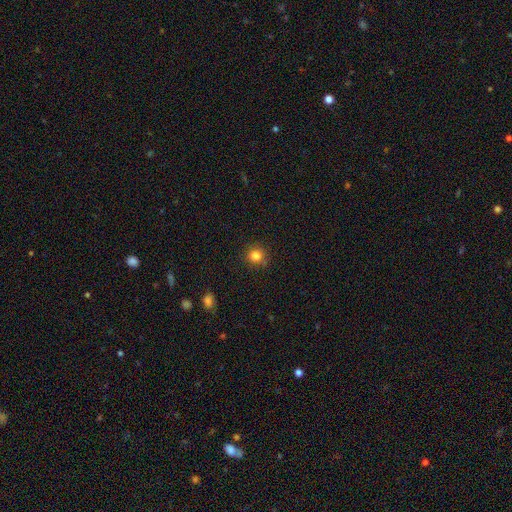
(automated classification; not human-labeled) Overall: smooth (83%). How rounded: round (90%). Merging: none (85%).